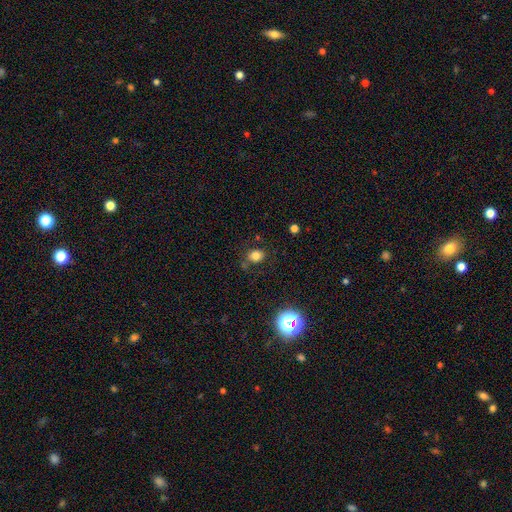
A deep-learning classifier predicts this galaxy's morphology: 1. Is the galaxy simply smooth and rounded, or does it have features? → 77% smooth, 15% star or artifact, 7% featured or disk.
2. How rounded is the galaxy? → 59% round, 40% in between, 1% cigar-shaped.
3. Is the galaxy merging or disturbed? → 73% none, 15% minor disturbance, 6% merger, 6% major disturbance.